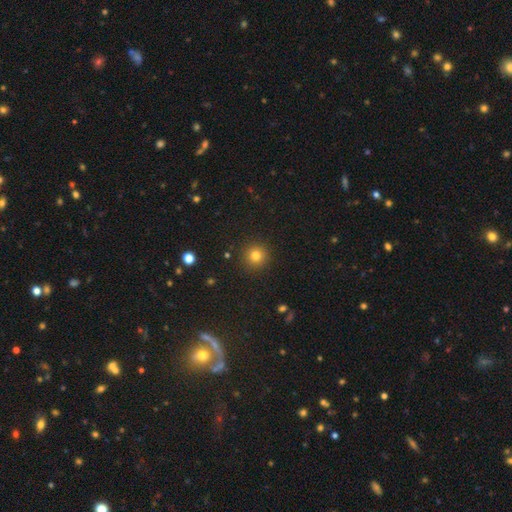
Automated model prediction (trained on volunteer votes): A smooth galaxy with no disk features (81%) that is round (95%). Merging: none (91%).